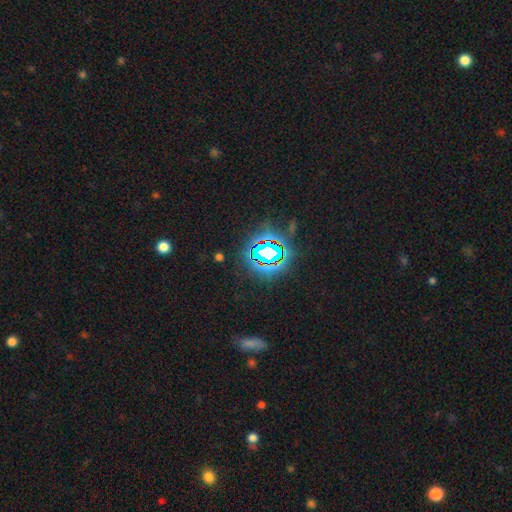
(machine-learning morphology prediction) Smooth or featured? star or artifact (81%)